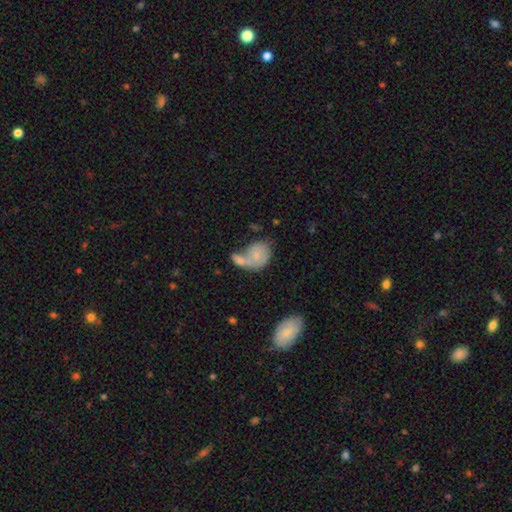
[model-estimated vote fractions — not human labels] Smooth or featured?
  - smooth: 61% *
  - featured or disk: 31%
  - star or artifact: 8%
How rounded?
  - in between: 58% *
  - round: 40%
  - cigar-shaped: 2%
Merging?
  - merger: 52% *
  - none: 25%
  - minor disturbance: 13%
  - major disturbance: 10%